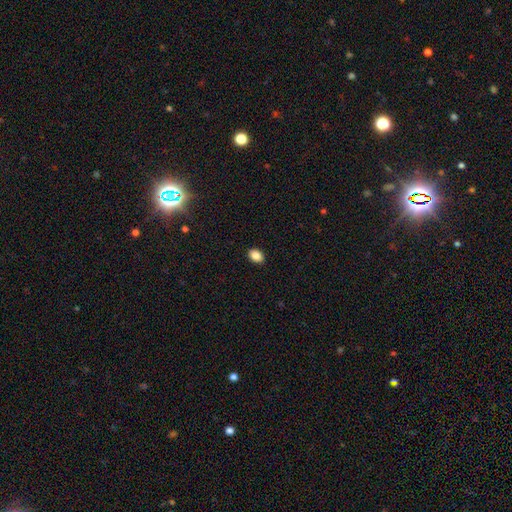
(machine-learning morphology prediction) Smooth or featured?
  - smooth: 87% *
  - star or artifact: 9%
  - featured or disk: 4%
How rounded?
  - in between: 79% *
  - round: 20%
  - cigar-shaped: 1%
Merging?
  - none: 90% *
  - minor disturbance: 7%
  - major disturbance: 2%
  - merger: 1%